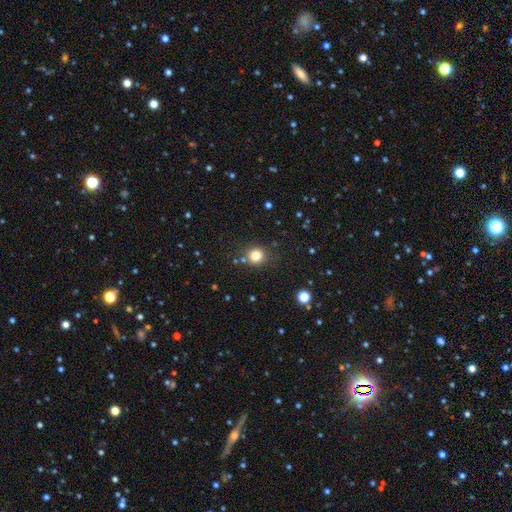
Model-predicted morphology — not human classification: type=smooth (80%); roundness=round (88%); merging=none (82%).